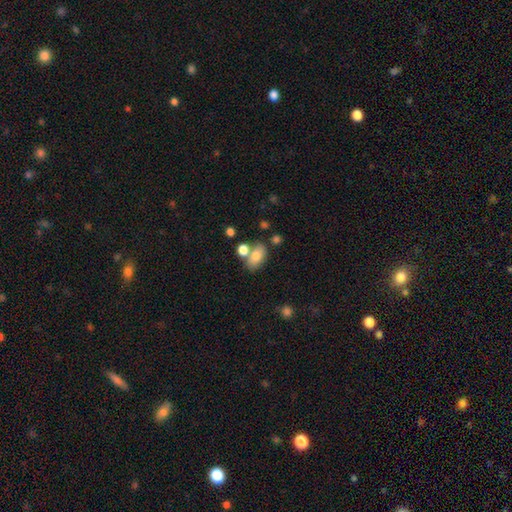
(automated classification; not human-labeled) Smooth or featured? smooth (77%)
How rounded? in between (86%)
Merging? none (56%)